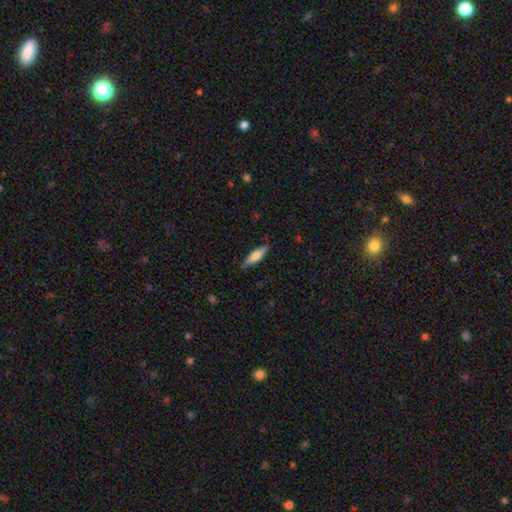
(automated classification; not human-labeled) Smooth or featured?
  - smooth: 61% *
  - featured or disk: 34%
  - star or artifact: 6%
How rounded?
  - cigar-shaped: 65% *
  - in between: 33%
  - round: 2%
Merging?
  - none: 82% *
  - minor disturbance: 14%
  - major disturbance: 2%
  - merger: 1%